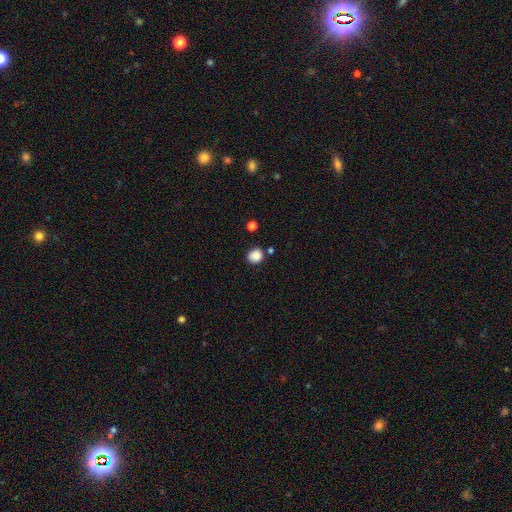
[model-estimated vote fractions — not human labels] Smooth or featured?
  - smooth: 86% *
  - star or artifact: 10%
  - featured or disk: 4%
How rounded?
  - round: 79% *
  - in between: 20%
  - cigar-shaped: 1%
Merging?
  - none: 79% *
  - minor disturbance: 11%
  - merger: 6%
  - major disturbance: 3%